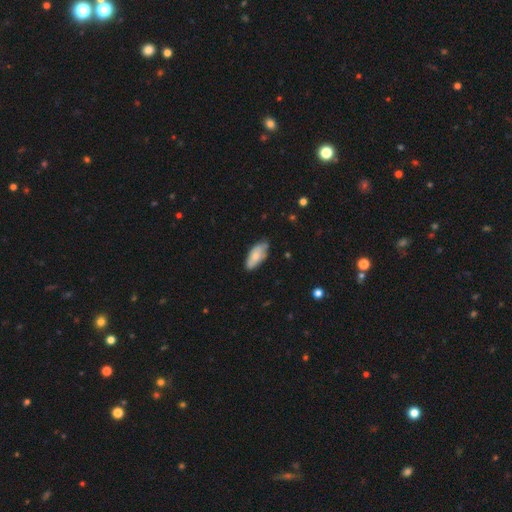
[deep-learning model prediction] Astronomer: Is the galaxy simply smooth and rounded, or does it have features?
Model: smooth — 77%.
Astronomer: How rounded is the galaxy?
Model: in between — 84%.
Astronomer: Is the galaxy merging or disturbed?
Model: none — 74%.